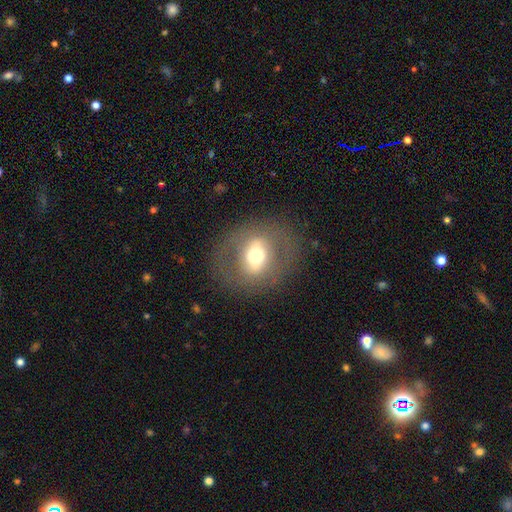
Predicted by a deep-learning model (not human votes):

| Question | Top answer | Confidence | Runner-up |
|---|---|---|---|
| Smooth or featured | featured or disk | 48% | smooth (42%) |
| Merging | none | 78% | minor disturbance (11%) |